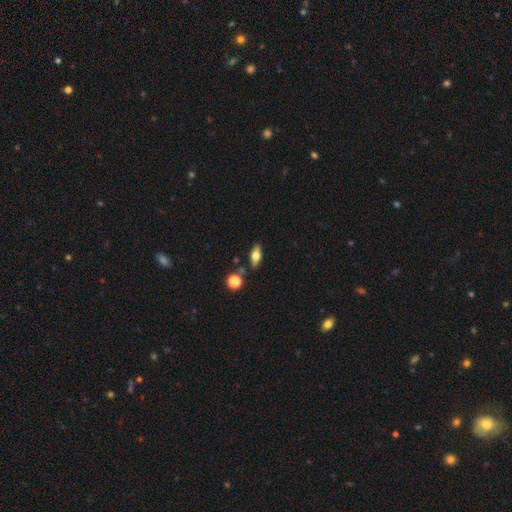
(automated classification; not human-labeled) A smooth galaxy with no disk features (70%) that is in between round and cigar-shaped (81%).

Vote fractions:
- Smooth or featured? smooth: 70% / featured or disk: 22% / star or artifact: 8%
- How rounded? in between: 81% / cigar-shaped: 14% / round: 5%
- Merging? none: 79% / minor disturbance: 12% / merger: 6% / major disturbance: 3%